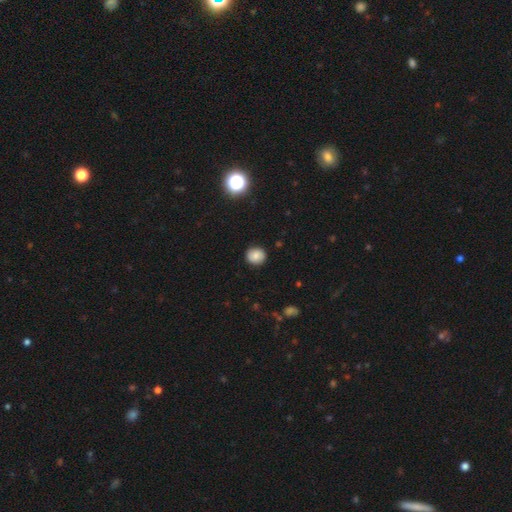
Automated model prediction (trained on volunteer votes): This appears to be a smooth galaxy with no disk features (80%) that is round (83%). Merging: none (87%).